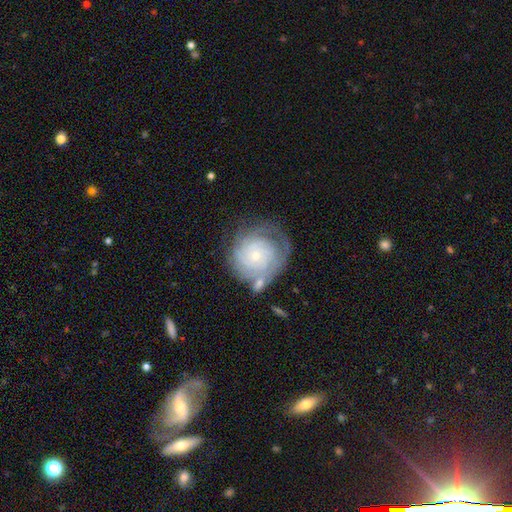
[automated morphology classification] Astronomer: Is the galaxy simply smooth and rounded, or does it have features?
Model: featured or disk — 73%.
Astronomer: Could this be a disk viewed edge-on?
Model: no — 98%.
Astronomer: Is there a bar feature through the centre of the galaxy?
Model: no — 83%.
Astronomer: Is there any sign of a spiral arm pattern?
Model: yes — 89%.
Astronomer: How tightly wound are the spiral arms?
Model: tight — 78%.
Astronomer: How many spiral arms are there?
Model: can't tell — 47%.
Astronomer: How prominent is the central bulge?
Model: small — 77%.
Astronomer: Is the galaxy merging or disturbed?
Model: none — 57%.